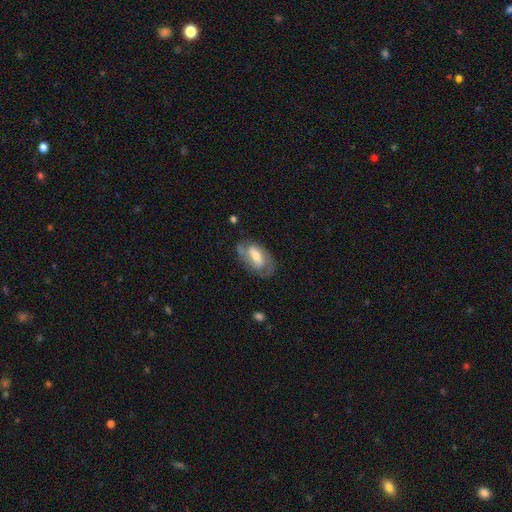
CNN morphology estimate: A featured or disk galaxy (72%) with a weak bar (41%), 2 (78%) tight (44%) spiral arms (85%) and a moderate central bulge (48%). Merging: none (70%).